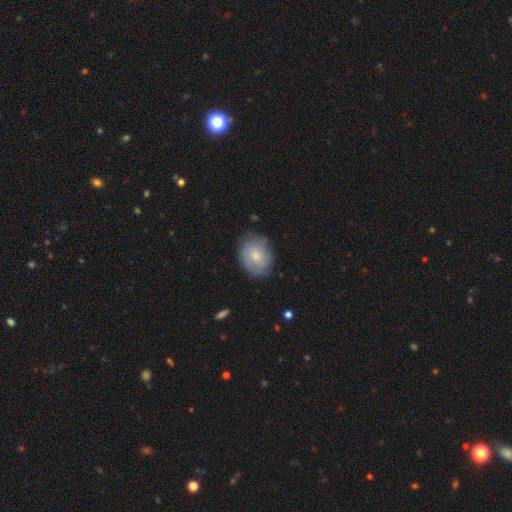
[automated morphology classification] This is likely a smooth galaxy (69%). How rounded: likely in between (60%). Merging: likely none (74%).